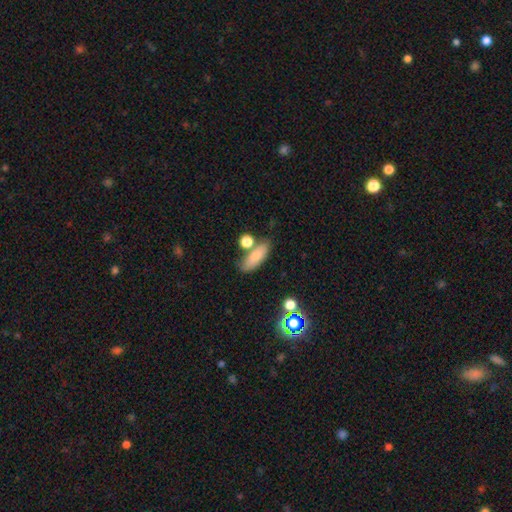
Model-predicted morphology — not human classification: type=smooth (77%); roundness=in between (67%); merging=none (66%).